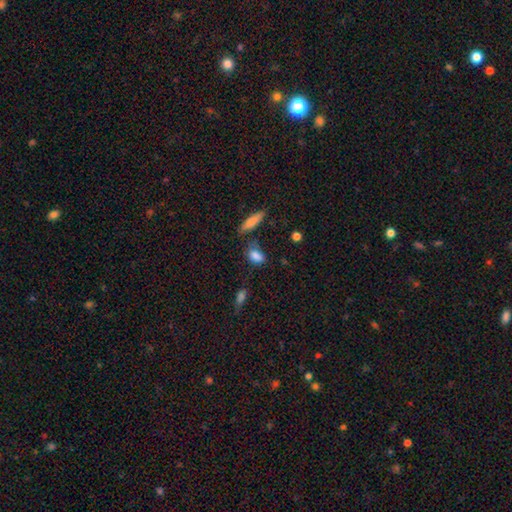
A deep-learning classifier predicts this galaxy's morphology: Smooth or featured? smooth (83%)
How rounded? in between (83%)
Merging? none (61%)